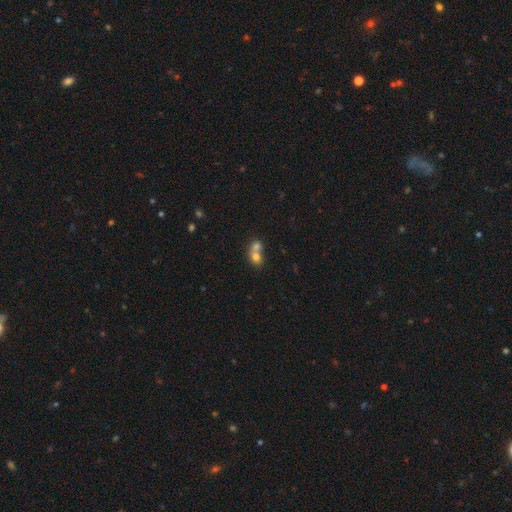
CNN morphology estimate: Q: Smooth or featured?
A: smooth (71%); runner-up: featured or disk (18%)
Q: How rounded?
A: round (56%); runner-up: in between (43%)
Q: Merging?
A: merger (72%); runner-up: none (20%)